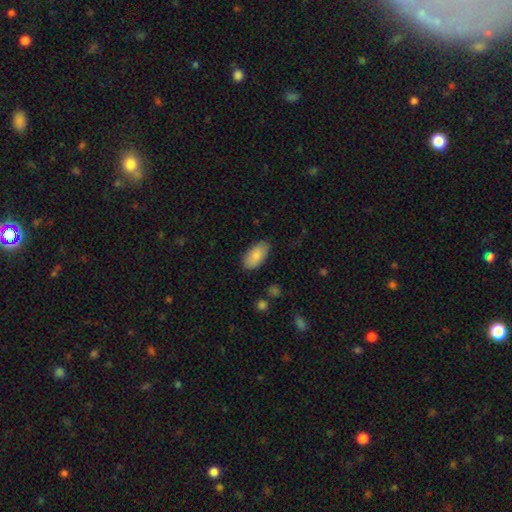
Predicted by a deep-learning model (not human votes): smooth_or_featured: smooth (p=0.87) [alt: featured or disk p=0.07]
how_rounded: in between (p=0.95) [alt: cigar-shaped p=0.03]
merging: none (p=0.83) [alt: minor disturbance p=0.13]